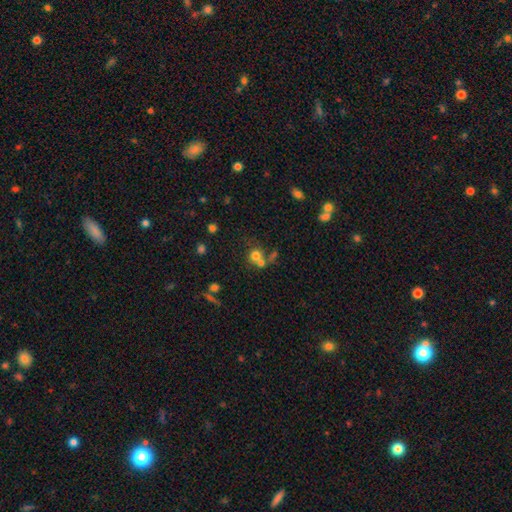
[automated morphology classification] A smooth galaxy with no disk features (68%) that is round (84%). Merging: merger (43%).